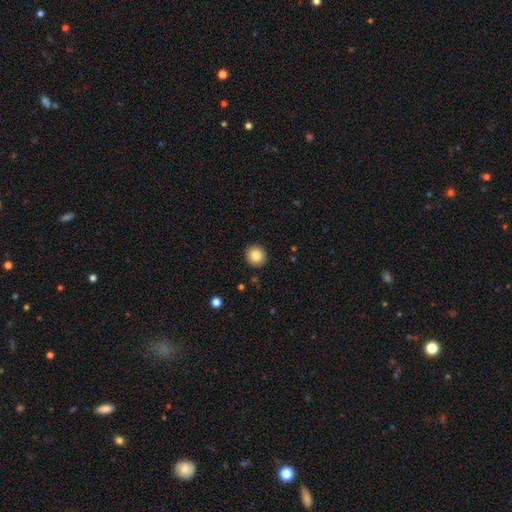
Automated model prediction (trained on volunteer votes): smooth_or_featured: smooth (p=0.86) [alt: star or artifact p=0.09]
how_rounded: round (p=0.93) [alt: in between p=0.06]
merging: none (p=0.92) [alt: minor disturbance p=0.05]